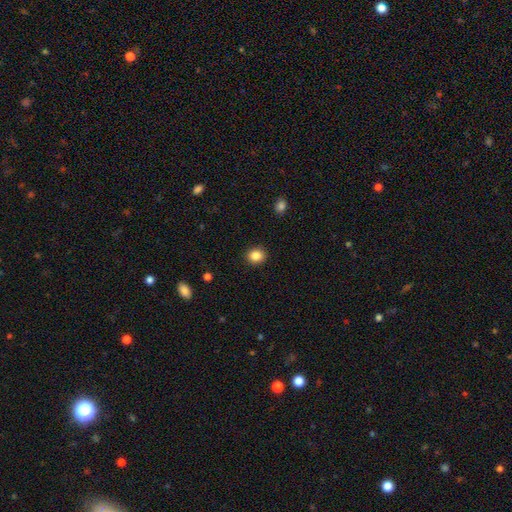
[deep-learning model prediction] Q: Smooth or featured?
A: smooth (85%); runner-up: star or artifact (10%)
Q: How rounded?
A: round (71%); runner-up: in between (29%)
Q: Merging?
A: none (91%); runner-up: minor disturbance (6%)